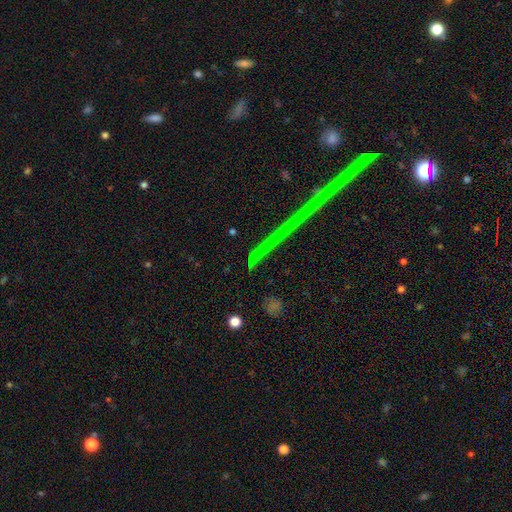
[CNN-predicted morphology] smooth-or-featured: star or artifact: 72% | smooth: 14% | featured or disk: 14%